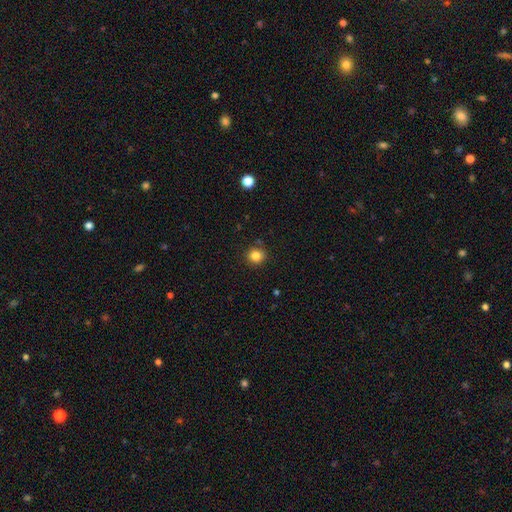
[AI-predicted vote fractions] Overall: smooth (84%). How rounded: round (90%). Merging: none (87%).